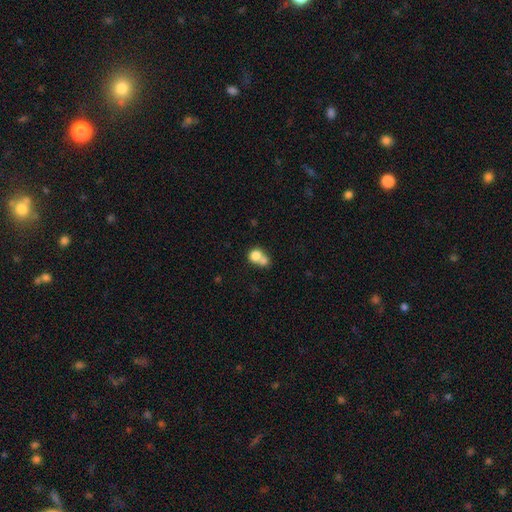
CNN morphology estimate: Smooth or featured? Predicted: smooth (p=0.75). How rounded? Predicted: round (p=0.71). Merging? Predicted: merger (p=0.64).